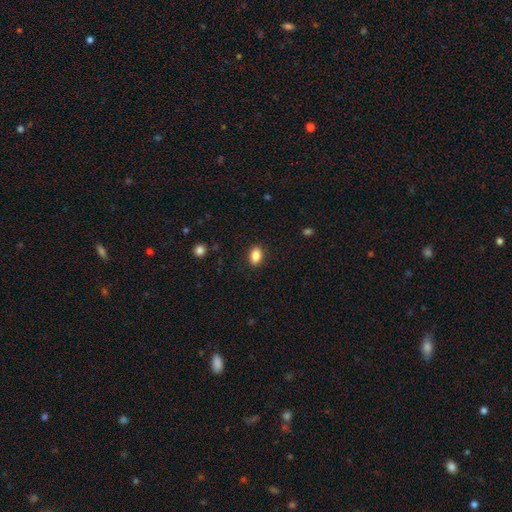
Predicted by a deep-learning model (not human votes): smooth 87%, star or artifact 8%, featured or disk 5%. Down the decision tree: how rounded — in between (85%); merging — none (89%).